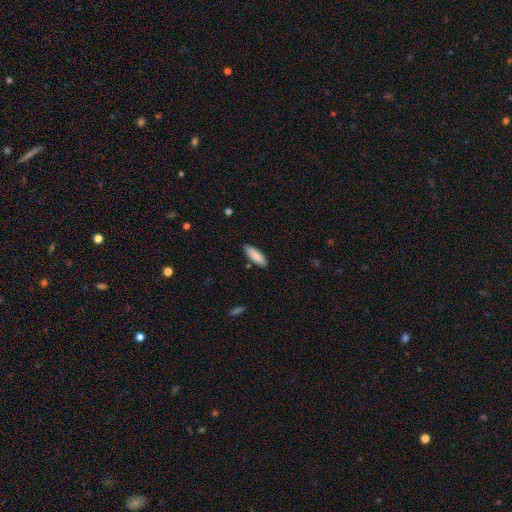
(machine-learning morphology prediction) Overall: smooth (87%). How rounded: in between (58%; cigar-shaped 41%). Merging: none (86%).